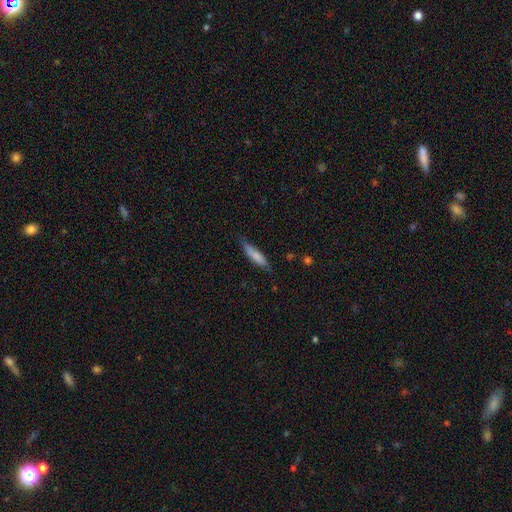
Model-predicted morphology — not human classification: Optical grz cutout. It shows a smooth galaxy with no disk features (80%) that is cigar-shaped (71%). Merging: none (70%).